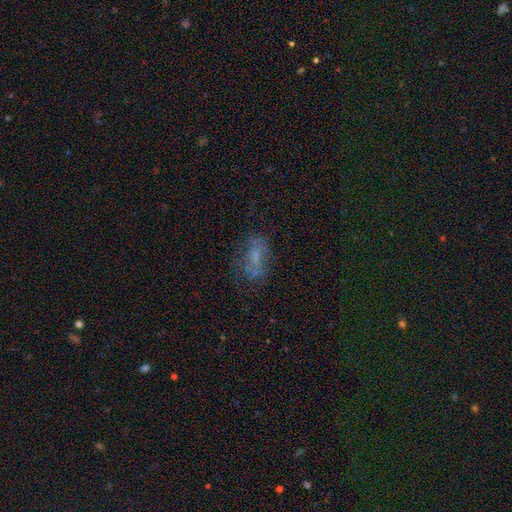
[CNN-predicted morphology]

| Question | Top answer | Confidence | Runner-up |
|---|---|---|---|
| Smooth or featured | smooth | 41% | featured or disk (39%) |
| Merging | none | 49% | major disturbance (21%) |